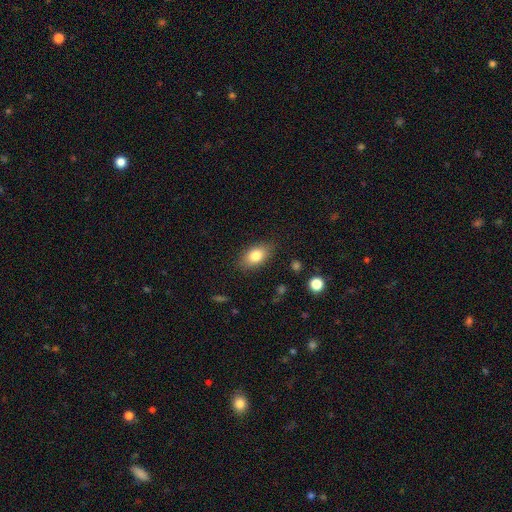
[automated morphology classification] smooth-or-featured: smooth: 80% | featured or disk: 12% | star or artifact: 8%
  how-rounded: in between: 87% | round: 9% | cigar-shaped: 4%
  merging: none: 84% | minor disturbance: 12% | major disturbance: 3% | merger: 1%